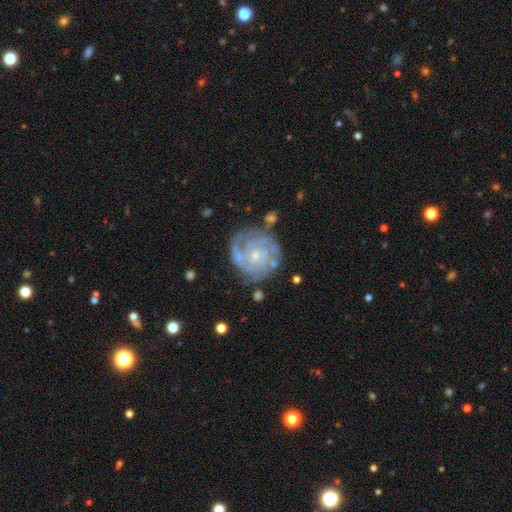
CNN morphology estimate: A featured or disk galaxy (87%) with no bar (72%), 2 (29%) tight (74%) spiral arms (96%) and a small central bulge (69%). Merging: none (71%).